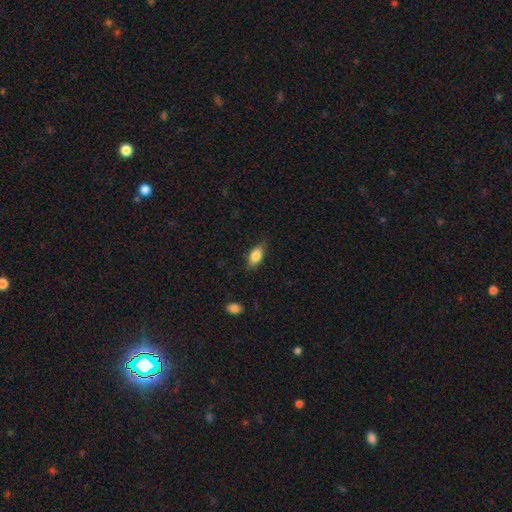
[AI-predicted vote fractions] This is clearly a smooth galaxy (82%). How rounded: clearly in between (88%). Merging: likely none (79%).